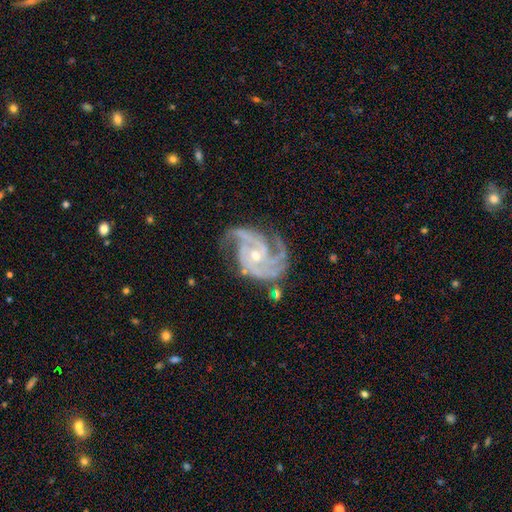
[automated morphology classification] A featured or disk galaxy (93%) with no bar (69%), 3 (57%) tight (48%) spiral arms (98%) and a small central bulge (56%).

Vote fractions:
- Smooth or featured? featured or disk: 93% / star or artifact: 4% / smooth: 3%
- Edge-on disk? no: 98% / yes: 2%
- Bar? no: 69% / weak: 23% / strong: 8%
- Spiral arms? yes: 98% / no: 2%
- Spiral winding? tight: 48% / medium: 44% / loose: 7%
- Spiral arm count? 3: 57% / 2: 14% / 4: 13% / can't tell: 6% / more than 4: 4% / 1: 4%
- Bulge size? small: 56% / moderate: 41% / large: 1% / none: 1% / dominant: 1%
- Merging? none: 65% / minor disturbance: 22% / major disturbance: 11% / merger: 2%